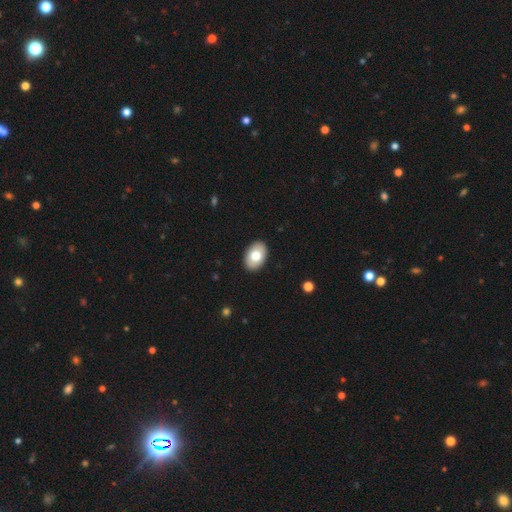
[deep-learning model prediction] Overall: smooth (76%). How rounded: in between (90%). Merging: none (90%).